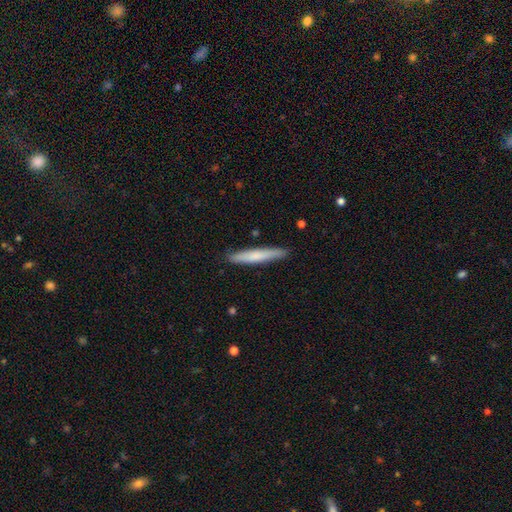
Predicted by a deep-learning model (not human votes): smooth_or_featured: smooth (p=0.69) [alt: featured or disk p=0.26]
how_rounded: cigar-shaped (p=0.95) [alt: in between p=0.04]
merging: none (p=0.89) [alt: minor disturbance p=0.08]